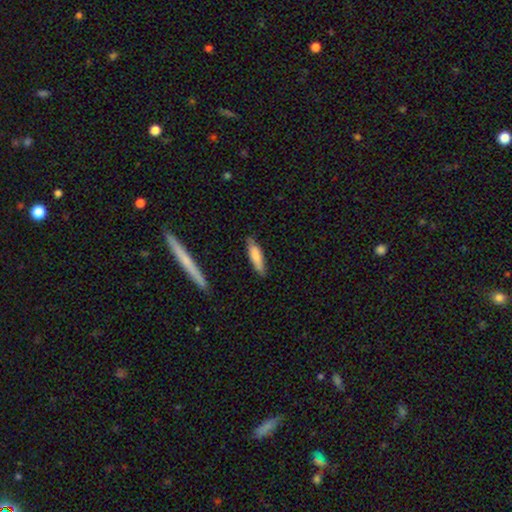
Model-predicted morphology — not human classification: Smooth or featured? Predicted: smooth (p=0.77). How rounded? Predicted: cigar-shaped (p=0.63). Merging? Predicted: none (p=0.79).